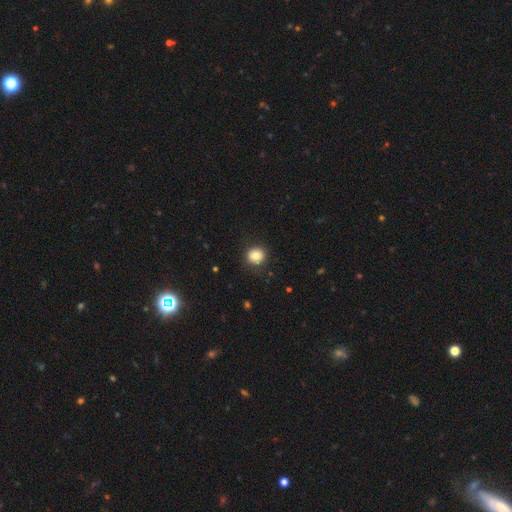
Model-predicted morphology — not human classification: smooth-or-featured: smooth: 81% | star or artifact: 10% | featured or disk: 9%
  how-rounded: round: 89% | in between: 10% | cigar-shaped: 1%
  merging: none: 87% | minor disturbance: 9% | major disturbance: 3% | merger: 1%